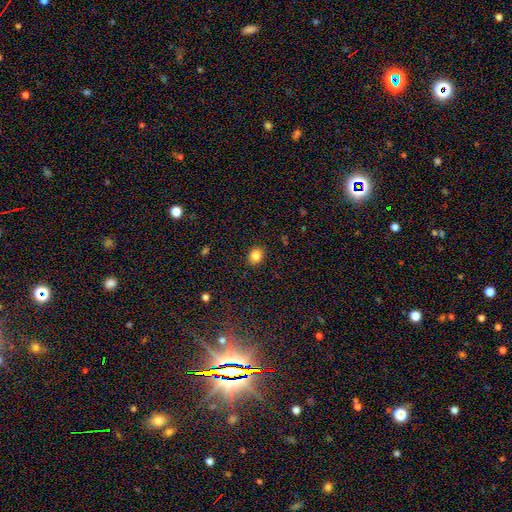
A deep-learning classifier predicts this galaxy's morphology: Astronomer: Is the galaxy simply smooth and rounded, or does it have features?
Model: smooth — 85%.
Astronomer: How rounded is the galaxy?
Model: round — 62% (runner-up: in between, 37%).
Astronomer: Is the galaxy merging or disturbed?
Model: none — 89%.